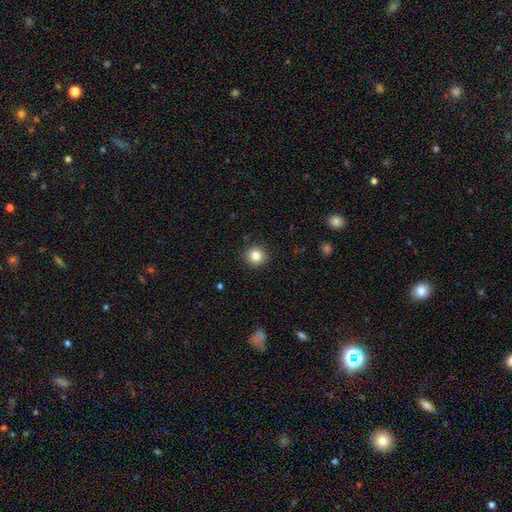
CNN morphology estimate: Smooth or featured: smooth — 83% (star or artifact — 11%)
How rounded: round — 94% (in between — 5%)
Merging: none — 92% (minor disturbance — 6%)